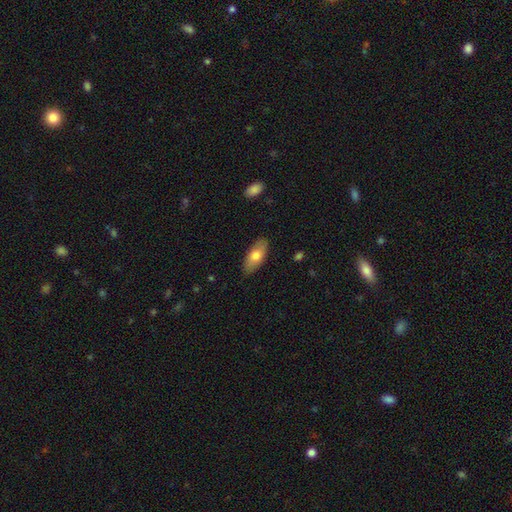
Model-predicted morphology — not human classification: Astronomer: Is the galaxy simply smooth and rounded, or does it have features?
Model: smooth — 70%.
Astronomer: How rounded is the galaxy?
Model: in between — 86%.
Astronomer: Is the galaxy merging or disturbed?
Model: none — 85%.